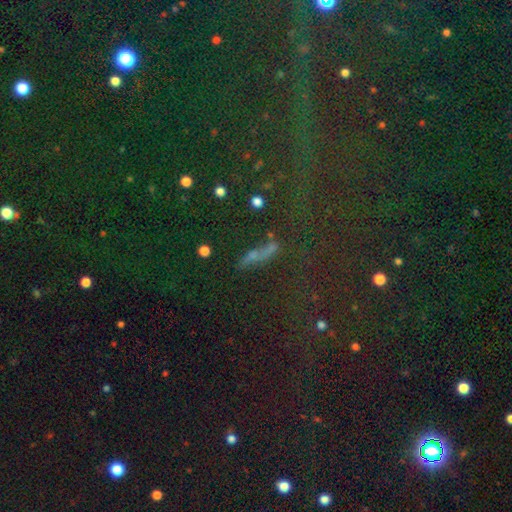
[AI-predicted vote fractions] smooth 43%, featured or disk 30%, star or artifact 27%. Down the decision tree: merging — none (58%).